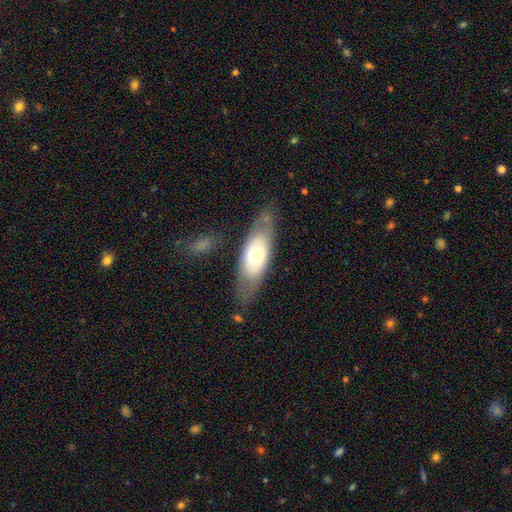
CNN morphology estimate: Overall: smooth (53%; featured or disk 41%). How rounded: in between (72%). Merging: none (72%).